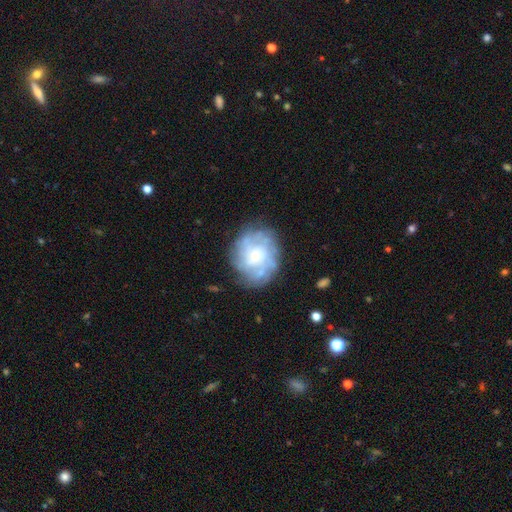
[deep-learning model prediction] A featured or disk galaxy (67%) with no bar (77%), spiral arms (74%) and a small central bulge (62%). Merging: none (73%).